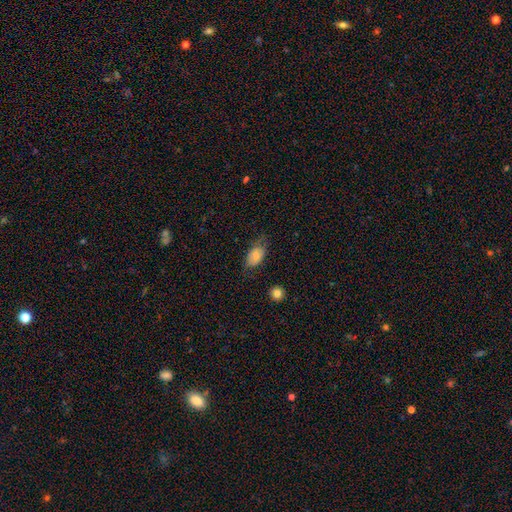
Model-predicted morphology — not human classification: This appears to be a smooth galaxy with no disk features (74%) that is in between round and cigar-shaped (90%). Merging: none (59%).